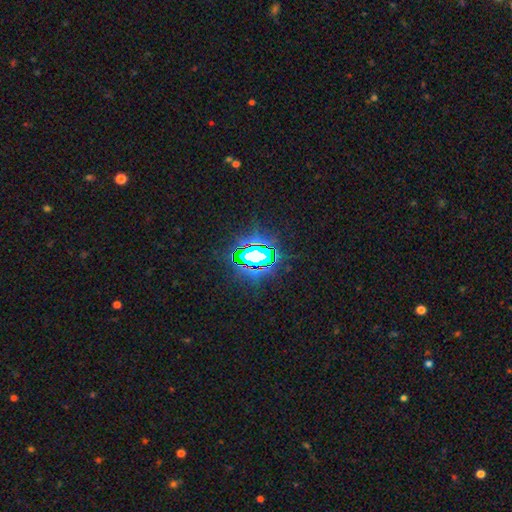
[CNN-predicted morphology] Smooth or featured? star or artifact (75%)